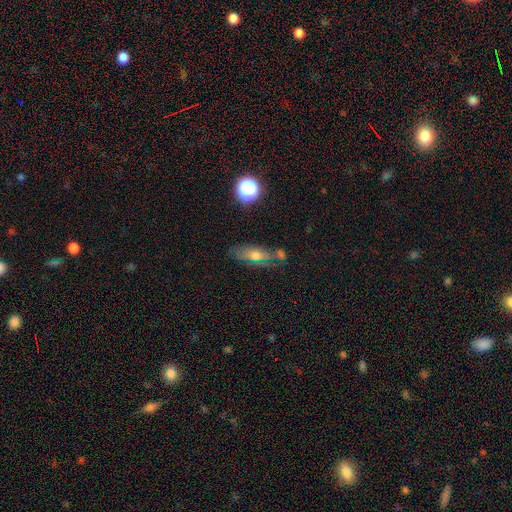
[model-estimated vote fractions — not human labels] smooth_or_featured: smooth (p=0.47) [alt: featured or disk p=0.36]
merging: none (p=0.59) [alt: minor disturbance p=0.21]